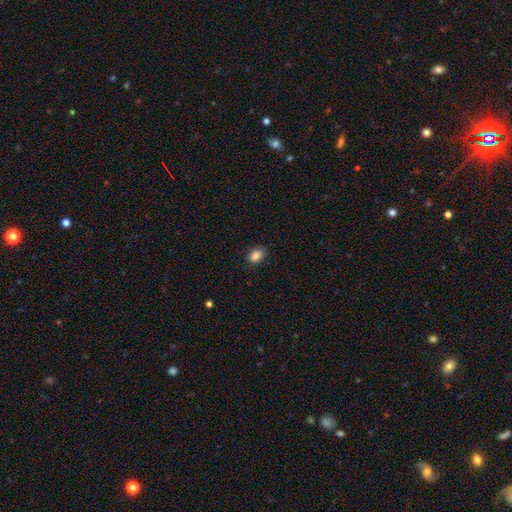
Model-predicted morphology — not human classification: A smooth galaxy with no disk features (87%) that is in between round and cigar-shaped (79%). Merging: none (83%).